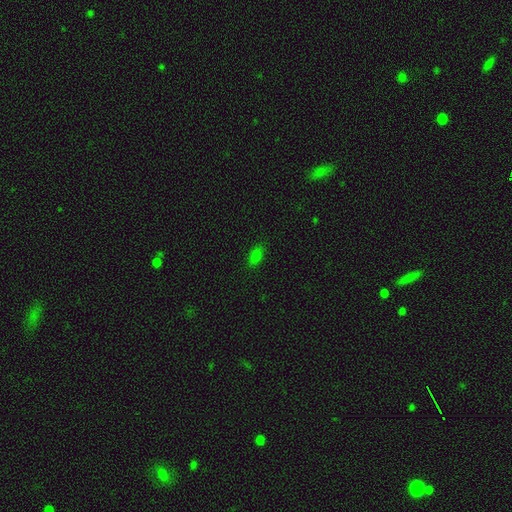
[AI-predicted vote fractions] A smooth galaxy with no disk features (78%) that is in between round and cigar-shaped (86%). Merging: none (85%).